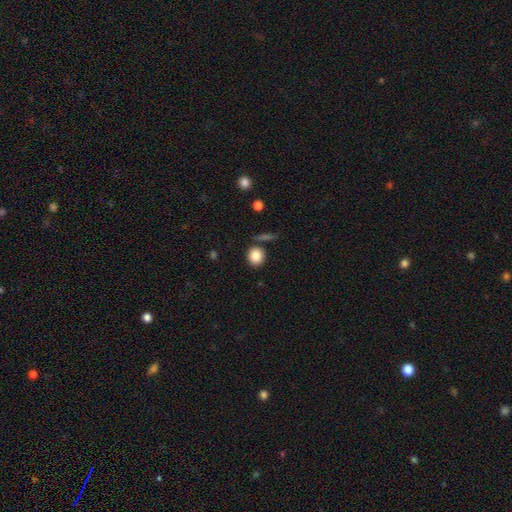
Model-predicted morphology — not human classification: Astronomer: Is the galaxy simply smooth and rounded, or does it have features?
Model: smooth — 85%.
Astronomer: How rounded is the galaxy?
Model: round — 82%.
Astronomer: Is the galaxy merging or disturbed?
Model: none — 79%.